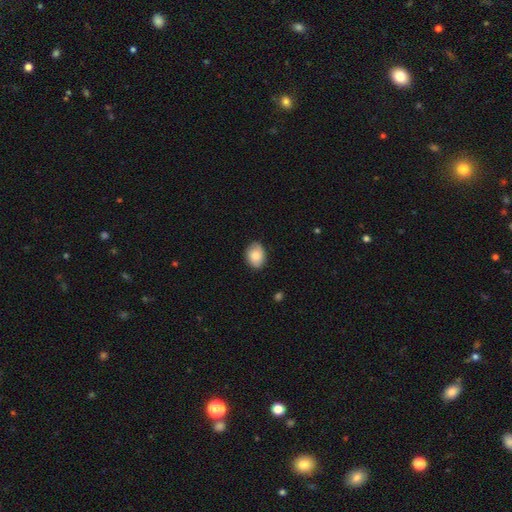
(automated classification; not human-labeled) This is clearly a smooth galaxy (85%). How rounded: likely in between (66%). Merging: clearly none (81%).